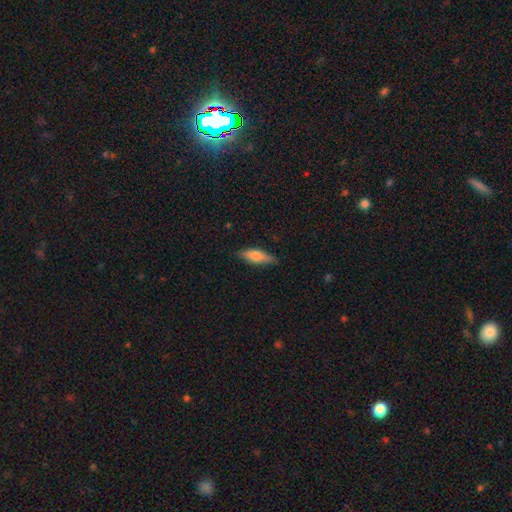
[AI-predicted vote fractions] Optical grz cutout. It shows a smooth galaxy with no disk features (65%) that is cigar-shaped (55%). Merging: none (85%).